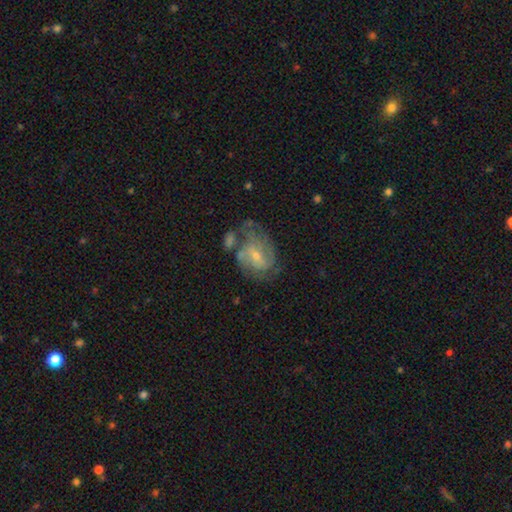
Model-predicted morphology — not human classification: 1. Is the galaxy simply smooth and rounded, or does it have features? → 73% featured or disk, 19% smooth, 8% star or artifact.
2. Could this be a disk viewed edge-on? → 97% no, 3% yes.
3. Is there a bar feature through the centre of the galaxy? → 48% weak, 37% no, 14% strong.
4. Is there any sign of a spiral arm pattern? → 84% yes, 16% no.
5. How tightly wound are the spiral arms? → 43% medium, 40% tight, 16% loose.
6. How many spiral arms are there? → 43% 2, 32% can't tell, 14% 3, 5% 1, 4% 4, 3% more than 4.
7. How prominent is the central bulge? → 60% small, 35% moderate, 2% none, 2% large, 1% dominant.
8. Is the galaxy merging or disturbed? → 43% none, 21% minor disturbance, 19% merger, 17% major disturbance.